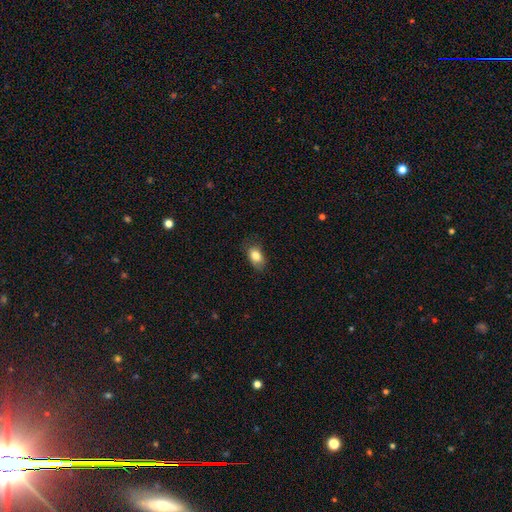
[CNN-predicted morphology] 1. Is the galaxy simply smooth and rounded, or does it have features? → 82% smooth, 10% featured or disk, 8% star or artifact.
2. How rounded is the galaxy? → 86% in between, 12% round, 2% cigar-shaped.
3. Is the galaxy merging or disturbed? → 72% none, 22% minor disturbance, 5% major disturbance, 1% merger.